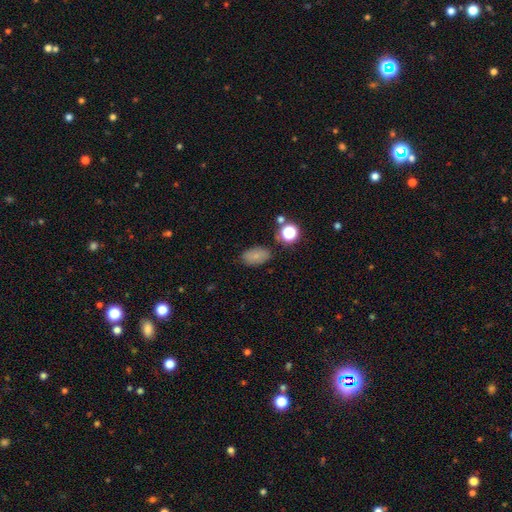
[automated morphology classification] Smooth or featured?
  - smooth: 77% *
  - star or artifact: 12%
  - featured or disk: 11%
How rounded?
  - in between: 87% *
  - round: 10%
  - cigar-shaped: 2%
Merging?
  - none: 78% *
  - minor disturbance: 15%
  - major disturbance: 4%
  - merger: 3%